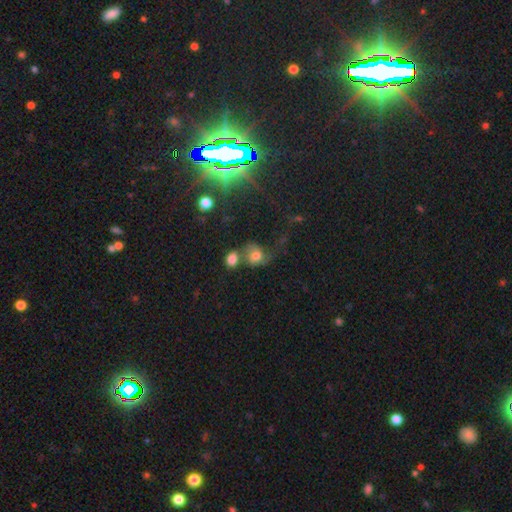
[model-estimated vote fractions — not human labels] smooth_or_featured: smooth (p=0.62) [alt: featured or disk p=0.24]
how_rounded: round (p=0.63) [alt: in between p=0.36]
merging: merger (p=0.39) [alt: none p=0.29]